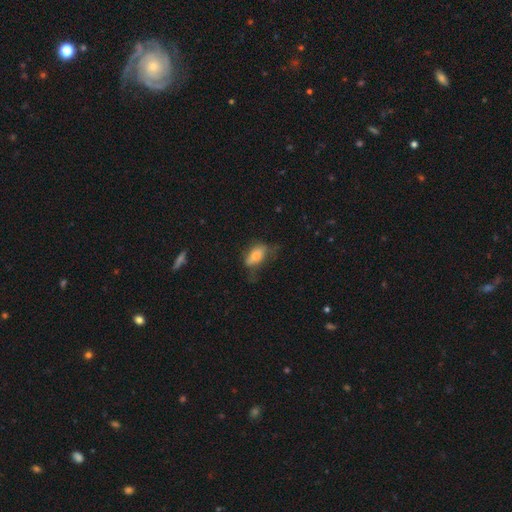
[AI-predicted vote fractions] Overall: smooth (72%). How rounded: in between (86%). Merging: none (42%; minor disturbance 33%).